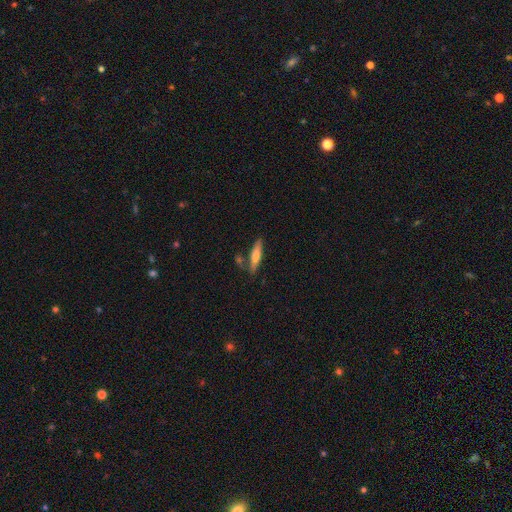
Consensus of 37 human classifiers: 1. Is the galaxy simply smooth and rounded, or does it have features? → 62% smooth, 30% featured or disk, 8% star or artifact.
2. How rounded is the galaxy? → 87% cigar-shaped, 13% in between, 0% round.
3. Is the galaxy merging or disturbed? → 44% none, 26% minor disturbance, 21% merger, 9% major disturbance.